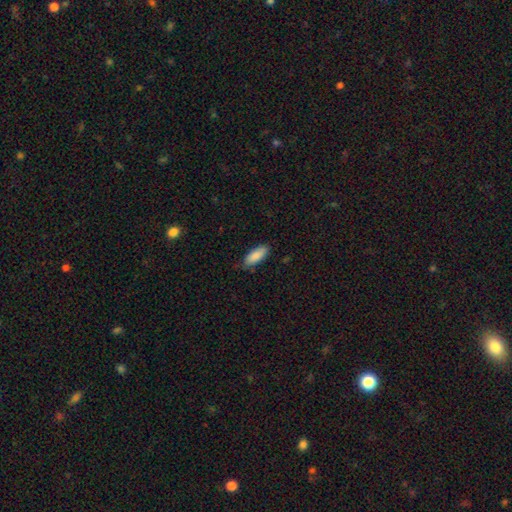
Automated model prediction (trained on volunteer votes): Overall: smooth (88%). How rounded: in between (78%). Merging: none (79%).